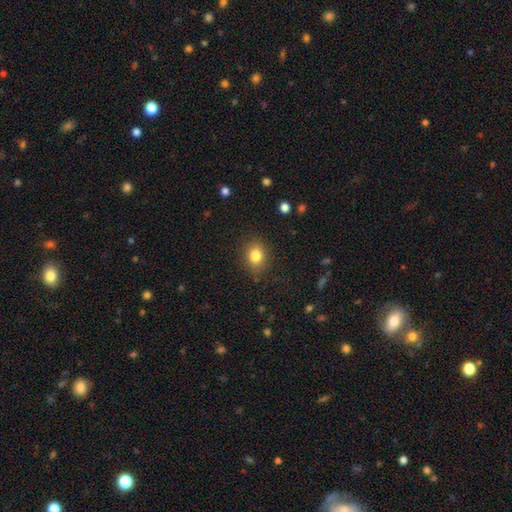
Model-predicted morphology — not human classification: The model was most divided on "how rounded": round: 54%, in between: 45%, cigar-shaped: 1%. More confident: merging — none (84%); smooth or featured — smooth (82%).